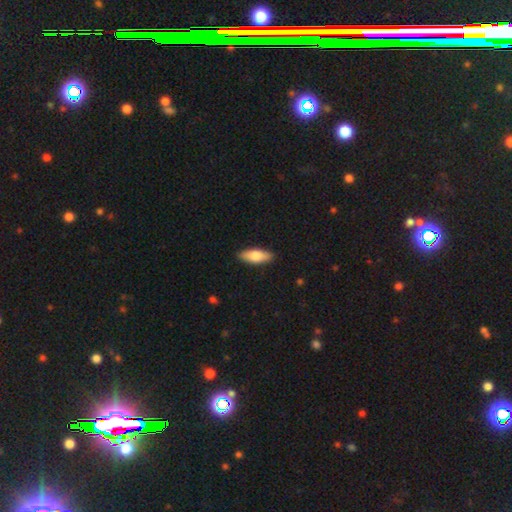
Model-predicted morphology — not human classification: Smooth or featured?
  - smooth: 73% *
  - featured or disk: 21%
  - star or artifact: 5%
How rounded?
  - in between: 68% *
  - cigar-shaped: 30%
  - round: 2%
Merging?
  - none: 89% *
  - minor disturbance: 8%
  - major disturbance: 2%
  - merger: 1%